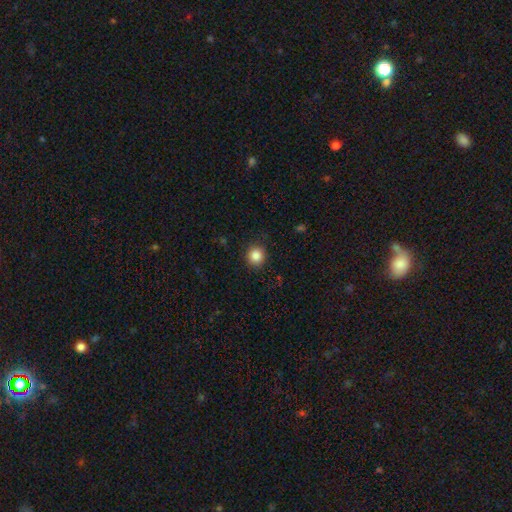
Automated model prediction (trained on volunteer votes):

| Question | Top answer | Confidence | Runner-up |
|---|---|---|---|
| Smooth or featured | smooth | 86% | star or artifact (10%) |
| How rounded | round | 92% | in between (7%) |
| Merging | none | 89% | minor disturbance (7%) |